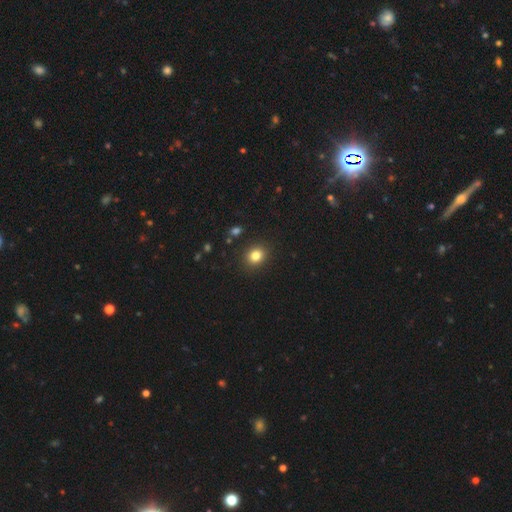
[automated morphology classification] A smooth galaxy with no disk features (83%) that is round (68%).

Vote fractions:
- Smooth or featured? smooth: 83% / star or artifact: 11% / featured or disk: 6%
- How rounded? round: 68% / in between: 31% / cigar-shaped: 1%
- Merging? none: 90% / minor disturbance: 7% / major disturbance: 2% / merger: 2%